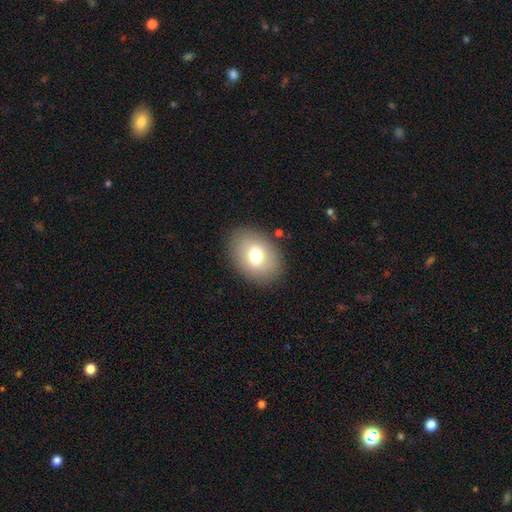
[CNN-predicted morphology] A smooth galaxy with no disk features (72%) that is in between round and cigar-shaped (70%). Merging: none (86%).